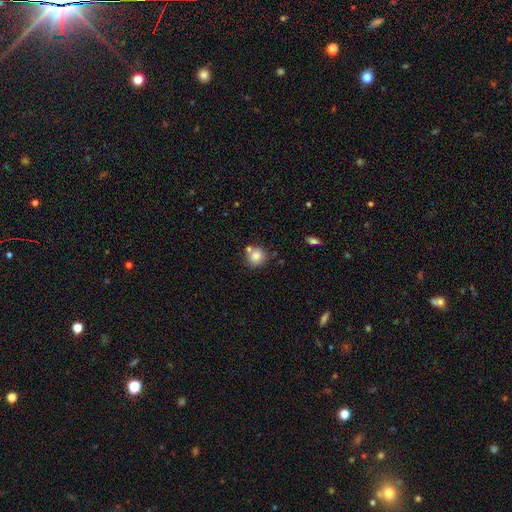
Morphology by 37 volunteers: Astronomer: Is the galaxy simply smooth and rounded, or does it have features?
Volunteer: smooth — 81%.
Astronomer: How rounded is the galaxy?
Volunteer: round — 97%.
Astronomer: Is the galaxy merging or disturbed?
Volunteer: none — 60%.